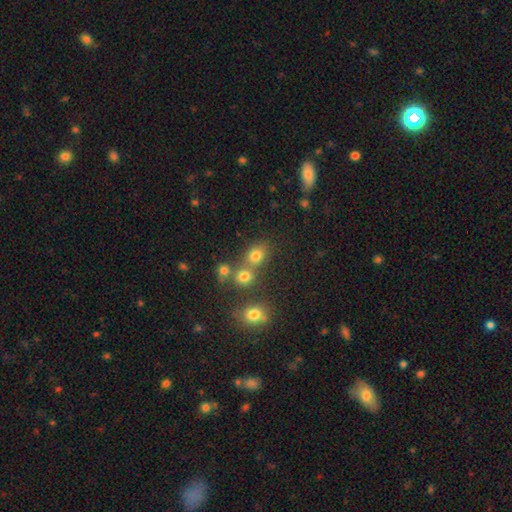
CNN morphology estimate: The model was most divided on "how rounded": round: 57%, in between: 41%, cigar-shaped: 2%. More confident: smooth or featured — smooth (74%); merging — none (55%).